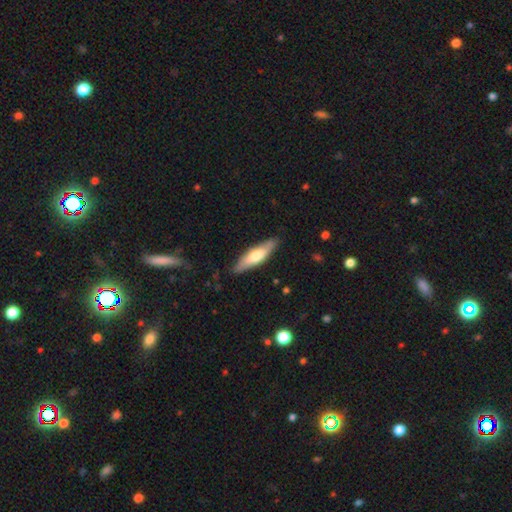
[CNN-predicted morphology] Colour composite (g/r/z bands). It shows a smooth galaxy with no disk features (58%) that is cigar-shaped (65%). Merging: none (86%).